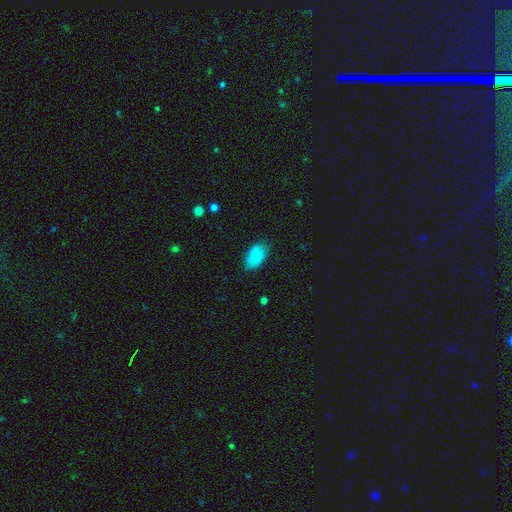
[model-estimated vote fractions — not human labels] smooth_or_featured: smooth (p=0.86) [alt: star or artifact p=0.08]
how_rounded: in between (p=0.94) [alt: round p=0.04]
merging: none (p=0.78) [alt: minor disturbance p=0.17]